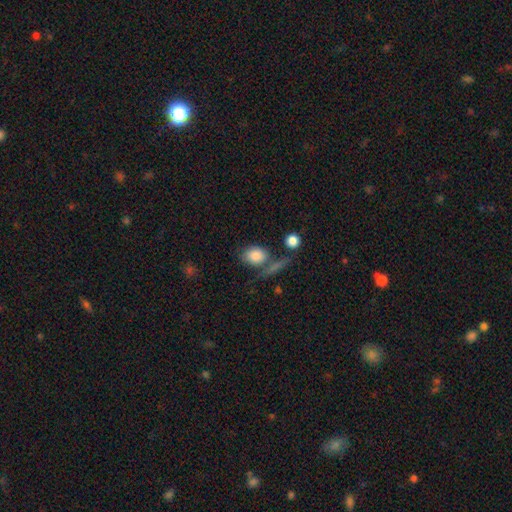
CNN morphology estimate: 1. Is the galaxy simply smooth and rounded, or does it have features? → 83% smooth, 9% featured or disk, 8% star or artifact.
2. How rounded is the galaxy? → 67% in between, 31% round, 3% cigar-shaped.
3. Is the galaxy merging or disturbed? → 53% none, 21% merger, 17% minor disturbance, 9% major disturbance.